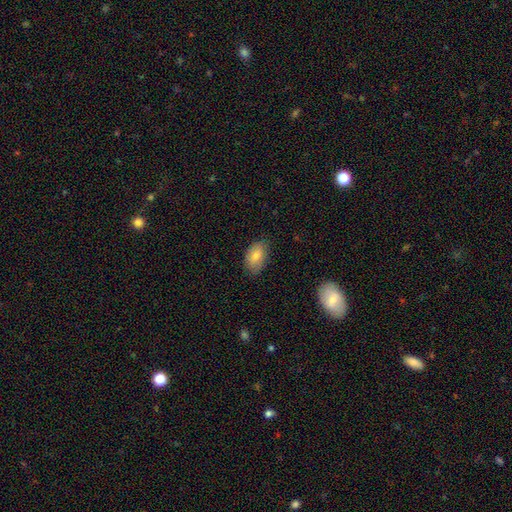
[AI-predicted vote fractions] Smooth or featured? Predicted: smooth (p=0.77). How rounded? Predicted: in between (p=0.91). Merging? Predicted: none (p=0.77).